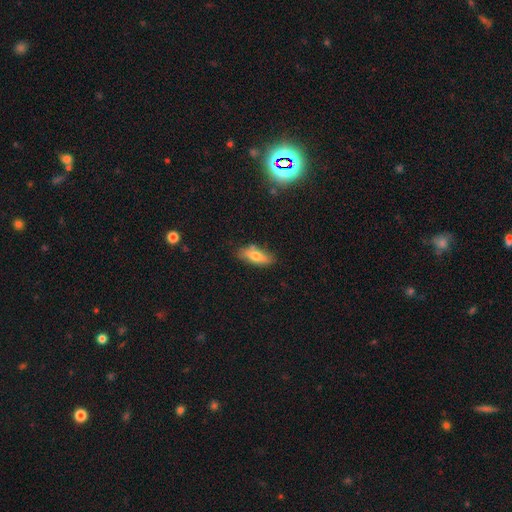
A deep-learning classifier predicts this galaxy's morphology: smooth-or-featured: smooth: 69% | featured or disk: 23% | star or artifact: 8%
  how-rounded: in between: 69% | cigar-shaped: 28% | round: 3%
  merging: none: 75% | minor disturbance: 18% | major disturbance: 4% | merger: 4%